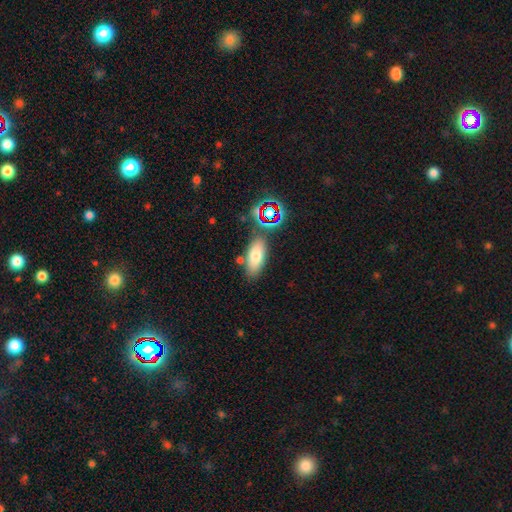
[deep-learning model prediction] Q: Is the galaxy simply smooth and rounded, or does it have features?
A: smooth — 73%.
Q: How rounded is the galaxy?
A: in between — 79%.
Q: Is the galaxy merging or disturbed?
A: none — 76%.